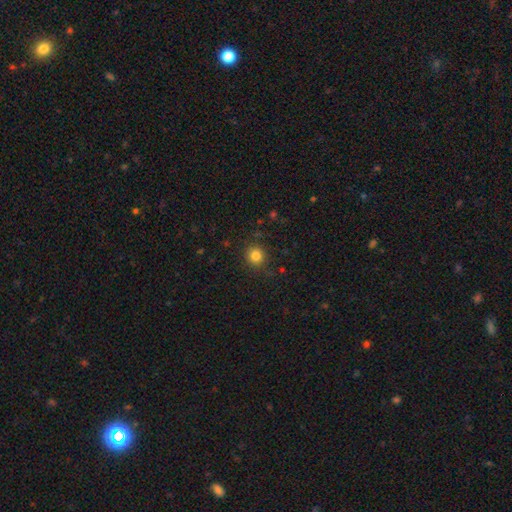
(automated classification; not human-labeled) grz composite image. It shows a smooth galaxy with no disk features (83%) that is round (92%). Merging: none (89%).